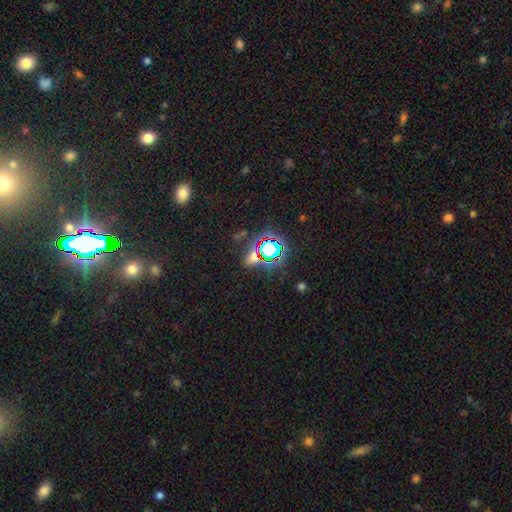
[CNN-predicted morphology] smooth_or_featured: star or artifact (p=0.63) [alt: smooth p=0.27]